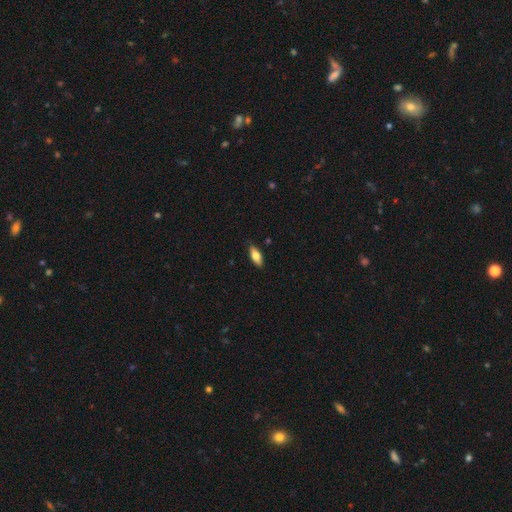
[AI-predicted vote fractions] smooth_or_featured: smooth (p=0.74) [alt: featured or disk p=0.20]
how_rounded: in between (p=0.80) [alt: cigar-shaped p=0.18]
merging: none (p=0.87) [alt: minor disturbance p=0.10]